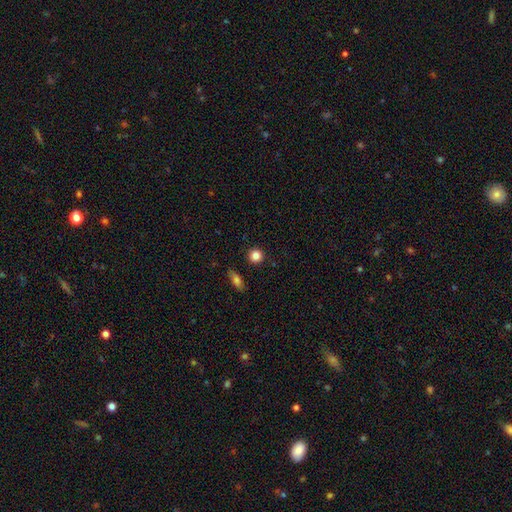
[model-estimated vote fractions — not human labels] smooth 84%, star or artifact 11%, featured or disk 5%. Down the decision tree: how rounded — round (92%); merging — none (89%).